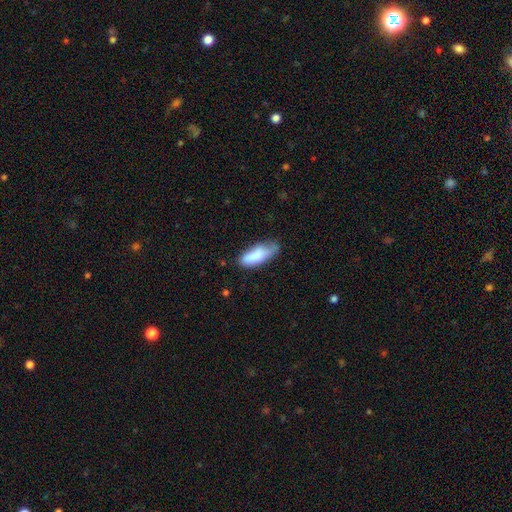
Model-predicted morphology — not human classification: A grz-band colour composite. It shows a smooth galaxy with no disk features (81%) that is in between round and cigar-shaped (70%). Merging: none (51%).